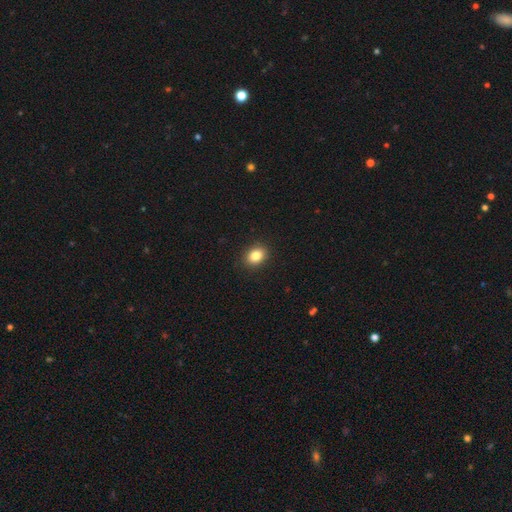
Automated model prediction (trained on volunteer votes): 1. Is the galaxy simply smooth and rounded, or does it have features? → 84% smooth, 10% star or artifact, 6% featured or disk.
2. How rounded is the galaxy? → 59% in between, 40% round, 1% cigar-shaped.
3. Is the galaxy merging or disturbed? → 90% none, 7% minor disturbance, 2% major disturbance, 1% merger.